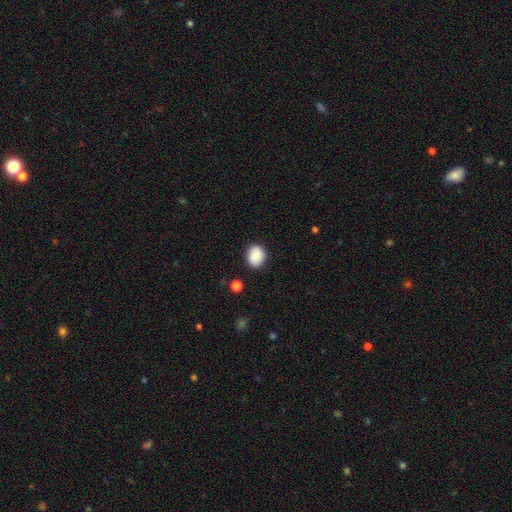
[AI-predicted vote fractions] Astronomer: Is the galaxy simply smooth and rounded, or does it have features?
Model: smooth — 88%.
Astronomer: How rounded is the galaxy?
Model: round — 54% (runner-up: in between, 45%).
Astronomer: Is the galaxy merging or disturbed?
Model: none — 84%.